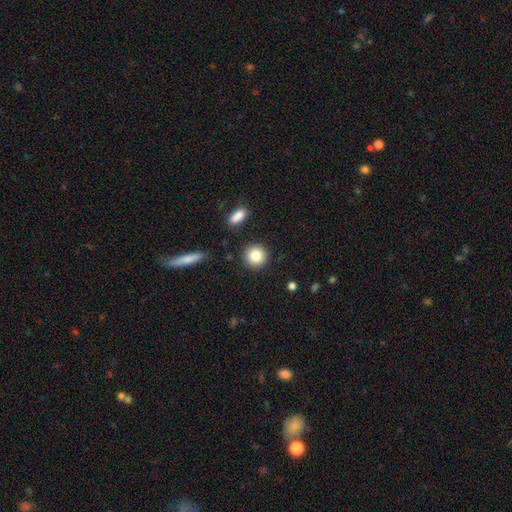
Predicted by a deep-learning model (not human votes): This appears to be a smooth galaxy with no disk features (84%) that is round (91%). Merging: none (89%).